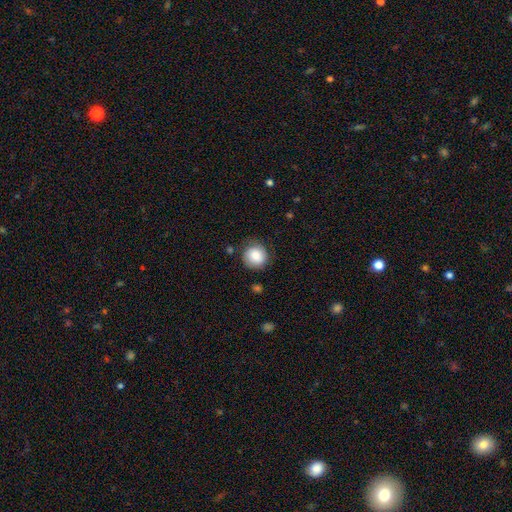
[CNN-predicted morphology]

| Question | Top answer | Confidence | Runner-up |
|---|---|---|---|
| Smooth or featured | smooth | 83% | featured or disk (9%) |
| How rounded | round | 91% | in between (8%) |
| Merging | none | 78% | minor disturbance (16%) |